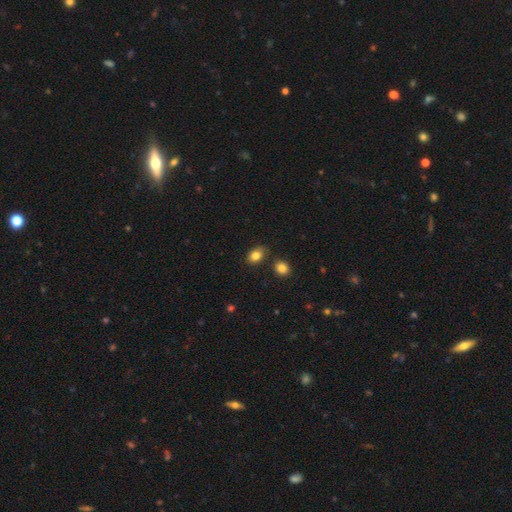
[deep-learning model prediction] Smooth or featured?
  - smooth: 84% *
  - star or artifact: 10%
  - featured or disk: 6%
How rounded?
  - in between: 73% *
  - round: 25%
  - cigar-shaped: 1%
Merging?
  - none: 77% *
  - minor disturbance: 13%
  - merger: 7%
  - major disturbance: 3%